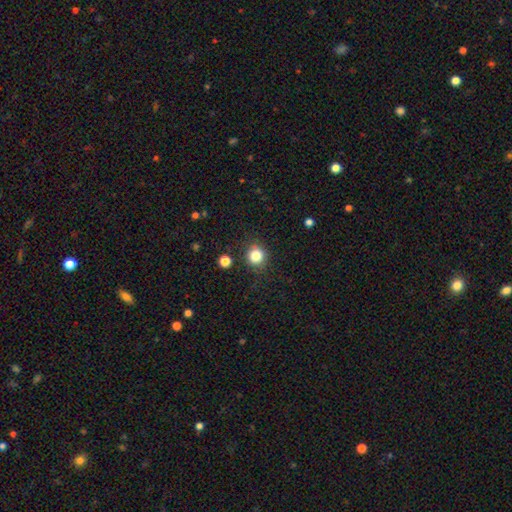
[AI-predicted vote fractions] The model was most divided on "smooth or featured": smooth: 82%, star or artifact: 12%, featured or disk: 6%. More confident: how rounded — round (88%); merging — none (84%).